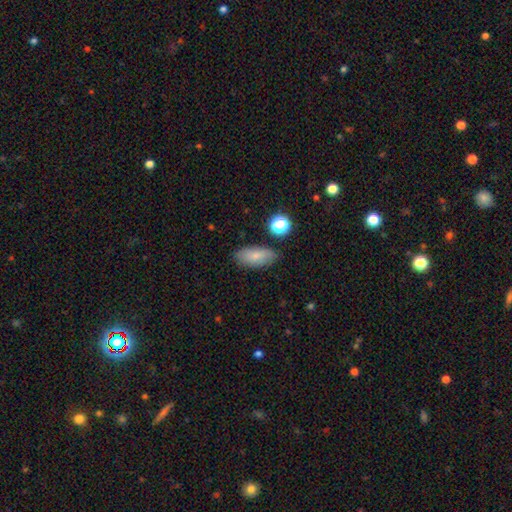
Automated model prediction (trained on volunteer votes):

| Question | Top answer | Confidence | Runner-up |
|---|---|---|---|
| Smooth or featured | smooth | 80% | featured or disk (11%) |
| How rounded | in between | 87% | cigar-shaped (9%) |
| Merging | none | 81% | minor disturbance (14%) |